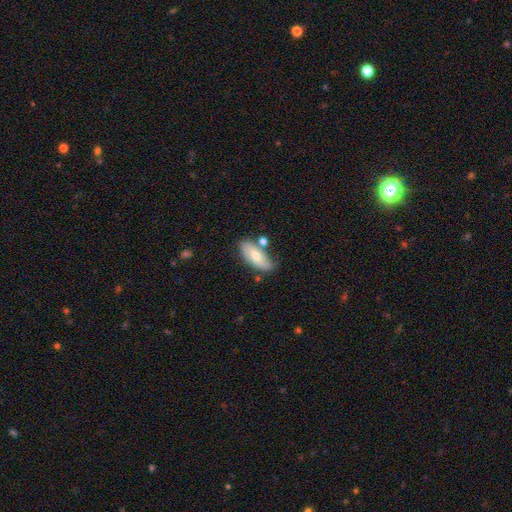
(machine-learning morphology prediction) Smooth or featured? smooth (63%)
How rounded? in between (83%)
Merging? none (62%)